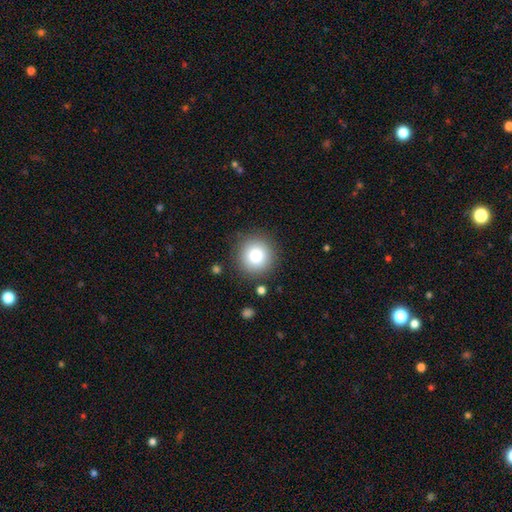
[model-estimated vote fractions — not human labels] Smooth or featured: smooth — 84% (star or artifact — 10%)
How rounded: round — 95% (in between — 5%)
Merging: none — 87% (minor disturbance — 8%)